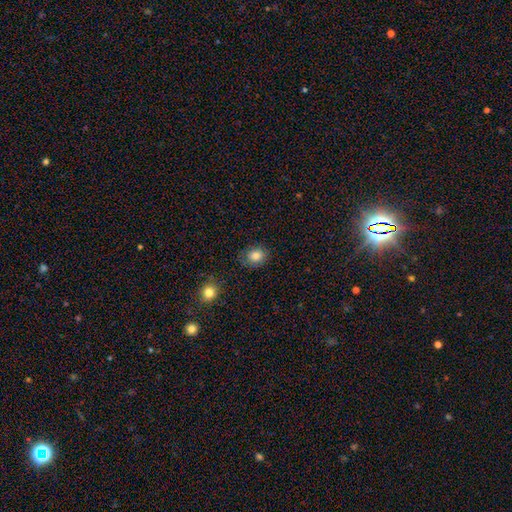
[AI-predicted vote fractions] Smooth or featured: smooth — 83% (star or artifact — 10%)
How rounded: round — 61% (in between — 38%)
Merging: none — 83% (minor disturbance — 12%)